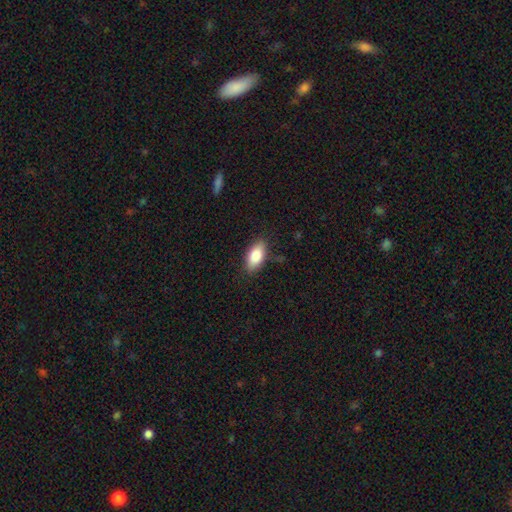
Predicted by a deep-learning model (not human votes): This is clearly a smooth galaxy (85%). How rounded: clearly in between (91%). Merging: clearly none (83%).